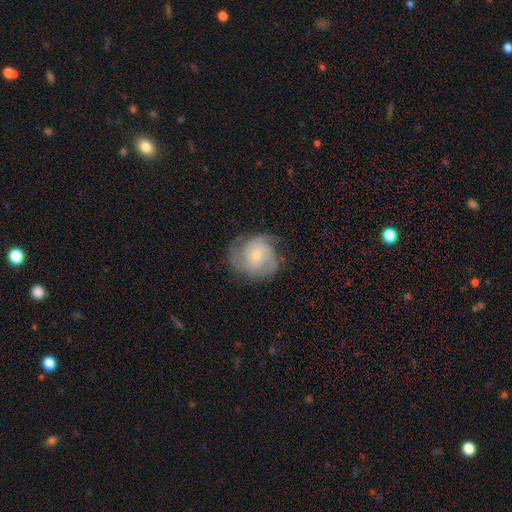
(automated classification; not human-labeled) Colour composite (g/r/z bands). It shows a featured or disk galaxy (81%) with no bar (60%), 3 (37%) tight (57%) spiral arms (95%) and a small central bulge (49%). Merging: none (72%).